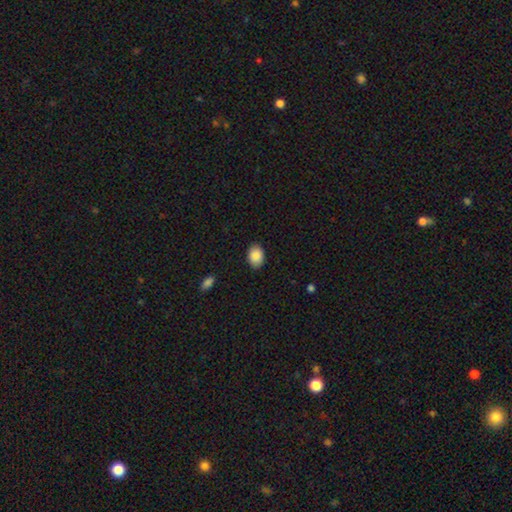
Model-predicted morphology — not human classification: Smooth or featured? Predicted: smooth (p=0.89). How rounded? Predicted: in between (p=0.75). Merging? Predicted: none (p=0.88).